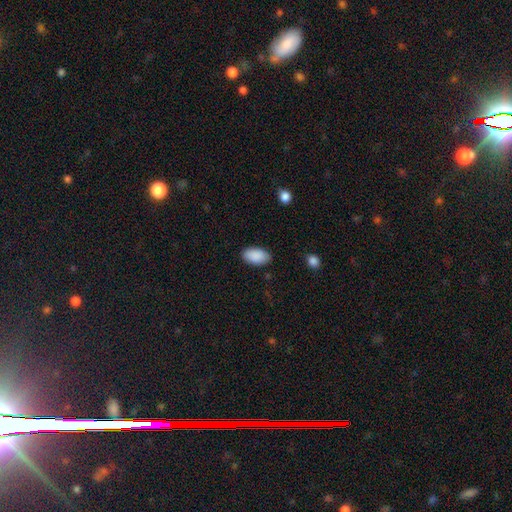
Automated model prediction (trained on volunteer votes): smooth_or_featured: smooth (p=0.91) [alt: star or artifact p=0.06]
how_rounded: in between (p=0.95) [alt: round p=0.03]
merging: none (p=0.87) [alt: minor disturbance p=0.10]